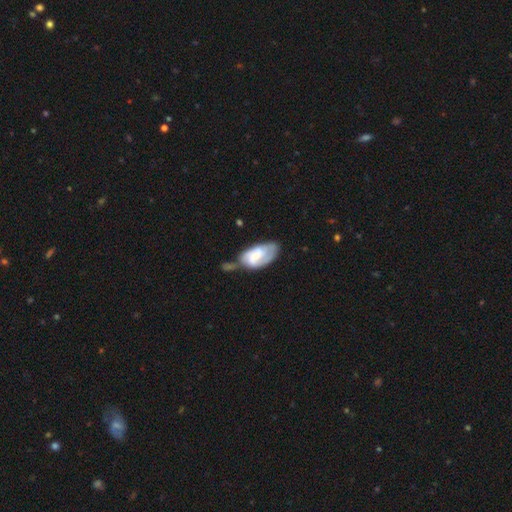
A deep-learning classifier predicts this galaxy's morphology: Smooth or featured: featured or disk — 52% (smooth — 42%)
Edge-on disk: no — 94% (yes — 6%)
Merging: minor disturbance — 32% (none — 30%)